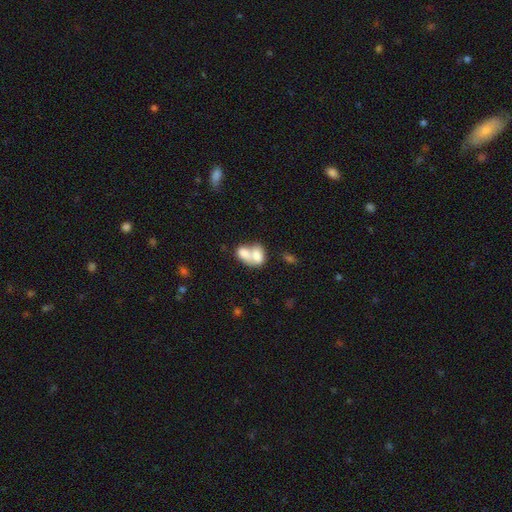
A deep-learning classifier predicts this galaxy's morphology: A smooth galaxy with no disk features (73%) that is in between round and cigar-shaped (79%).

Vote fractions:
- Smooth or featured? smooth: 73% / featured or disk: 20% / star or artifact: 8%
- How rounded? in between: 79% / round: 19% / cigar-shaped: 2%
- Merging? merger: 78% / none: 13% / minor disturbance: 5% / major disturbance: 4%